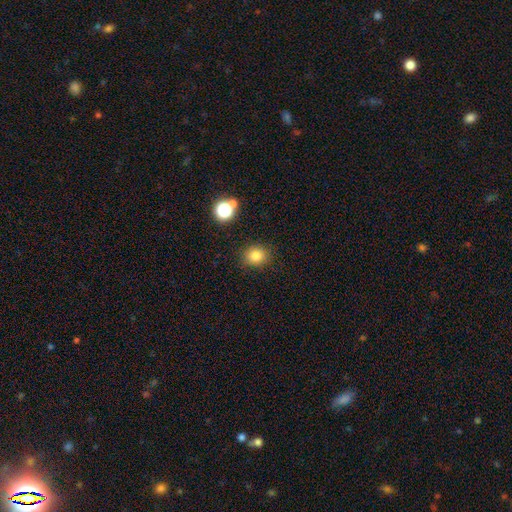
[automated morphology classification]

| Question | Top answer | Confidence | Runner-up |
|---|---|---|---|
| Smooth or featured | smooth | 80% | star or artifact (13%) |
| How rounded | round | 73% | in between (26%) |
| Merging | none | 86% | minor disturbance (9%) |